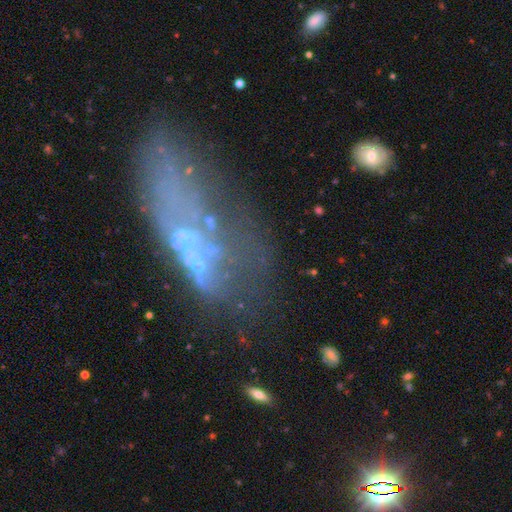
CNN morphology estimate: This appears to be a featured or disk galaxy (46%). Merging: none (39%).